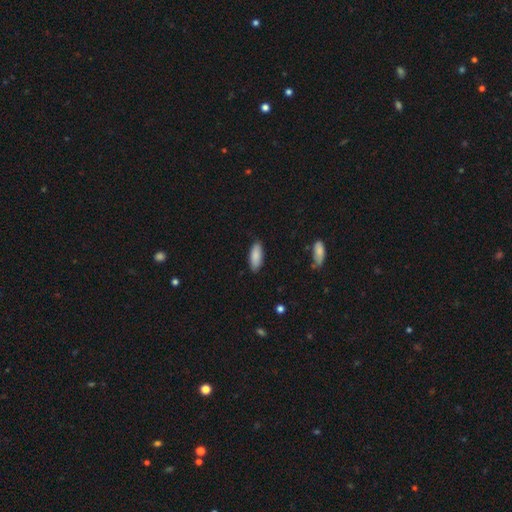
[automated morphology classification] Smooth or featured?
  - smooth: 88% *
  - featured or disk: 6%
  - star or artifact: 6%
How rounded?
  - in between: 75% *
  - cigar-shaped: 24%
  - round: 2%
Merging?
  - none: 86% *
  - minor disturbance: 11%
  - major disturbance: 2%
  - merger: 1%